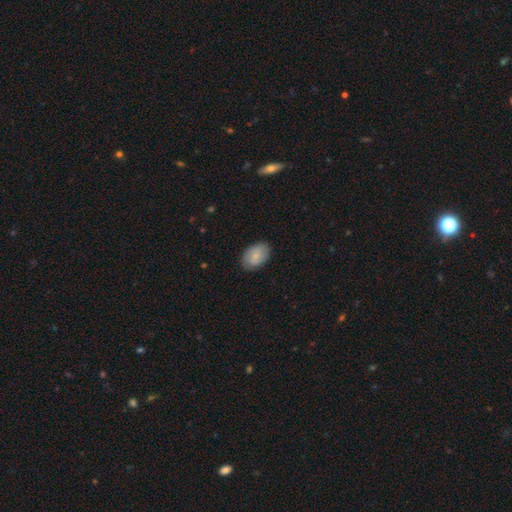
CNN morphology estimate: smooth-or-featured: smooth: 76% | featured or disk: 18% | star or artifact: 6%
  how-rounded: in between: 88% | round: 11% | cigar-shaped: 1%
  merging: none: 84% | minor disturbance: 13% | major disturbance: 3% | merger: 1%